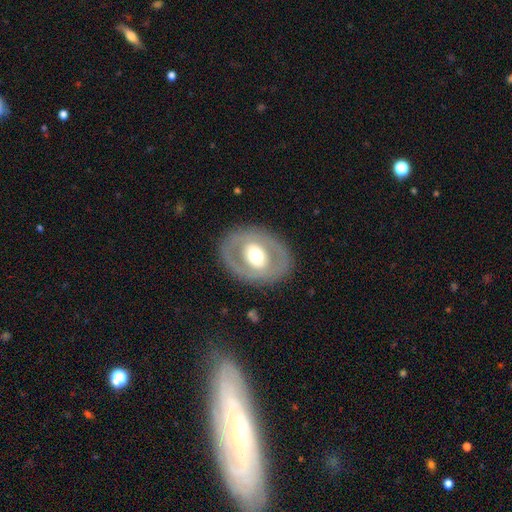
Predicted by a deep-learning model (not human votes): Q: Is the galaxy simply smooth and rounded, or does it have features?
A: featured or disk — 54%.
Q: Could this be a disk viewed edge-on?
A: no — 92%.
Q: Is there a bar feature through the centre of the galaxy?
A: no — 66%.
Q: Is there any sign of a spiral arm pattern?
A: no — 86%.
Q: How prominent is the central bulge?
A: moderate — 55%.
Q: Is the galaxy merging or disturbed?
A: none — 82%.